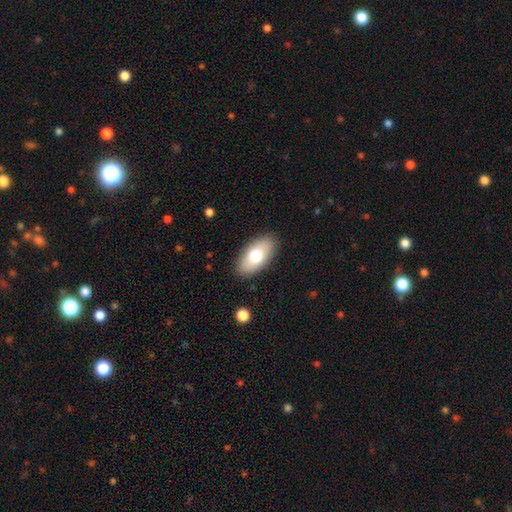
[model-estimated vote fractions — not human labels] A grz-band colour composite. It shows a smooth galaxy with no disk features (73%) that is in between round and cigar-shaped (93%). Merging: none (88%).